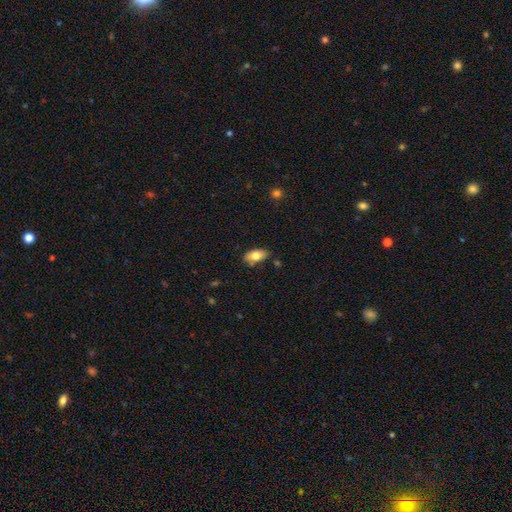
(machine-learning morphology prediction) This appears to be a smooth galaxy with no disk features (74%) that is in between round and cigar-shaped (89%). Merging: none (77%).